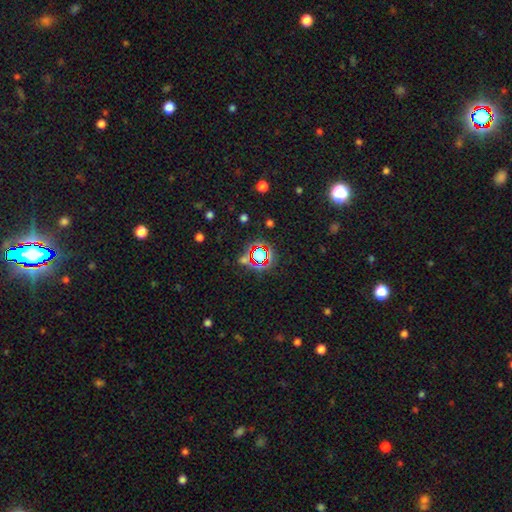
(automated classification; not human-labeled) A star or artifact, not a galaxy (69%).